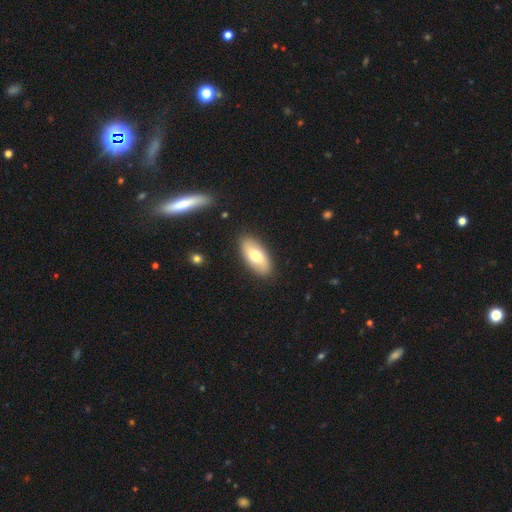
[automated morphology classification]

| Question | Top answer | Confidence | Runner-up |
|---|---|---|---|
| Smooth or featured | smooth | 70% | featured or disk (25%) |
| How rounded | in between | 92% | cigar-shaped (6%) |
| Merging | none | 88% | minor disturbance (9%) |